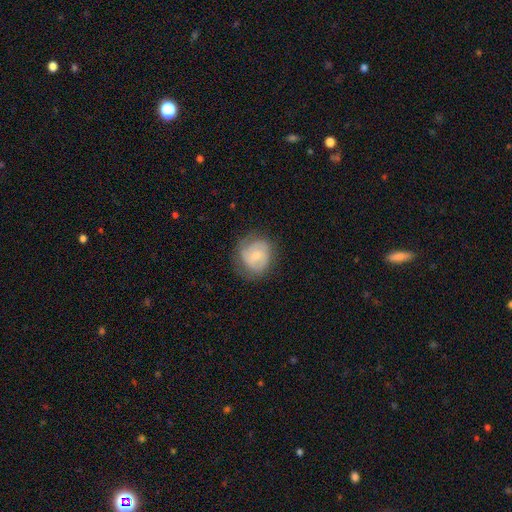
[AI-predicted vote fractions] This appears to be a featured or disk galaxy (55%) with no bar (65%), spiral arms (80%) and a small central bulge (52%). Merging: none (67%).